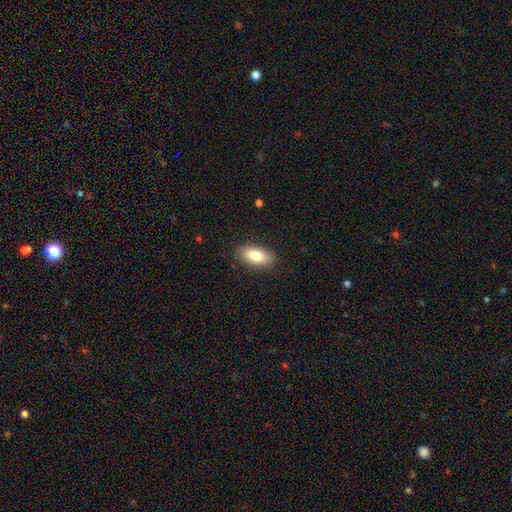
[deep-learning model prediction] smooth-or-featured: smooth: 79% | featured or disk: 14% | star or artifact: 7%
  how-rounded: in between: 89% | cigar-shaped: 7% | round: 4%
  merging: none: 87% | minor disturbance: 9% | major disturbance: 2% | merger: 1%